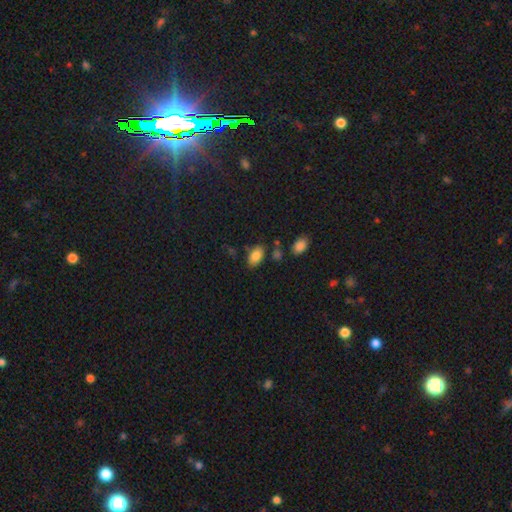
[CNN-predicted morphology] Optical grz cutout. It shows a smooth galaxy with no disk features (84%) that is in between round and cigar-shaped (92%). Merging: none (74%).